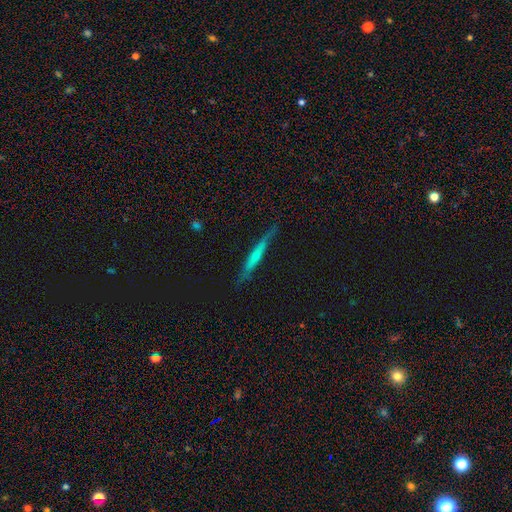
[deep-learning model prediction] Smooth or featured? Predicted: featured or disk (p=0.53). Edge-on disk? Predicted: yes (p=0.93). Merging? Predicted: none (p=0.81).